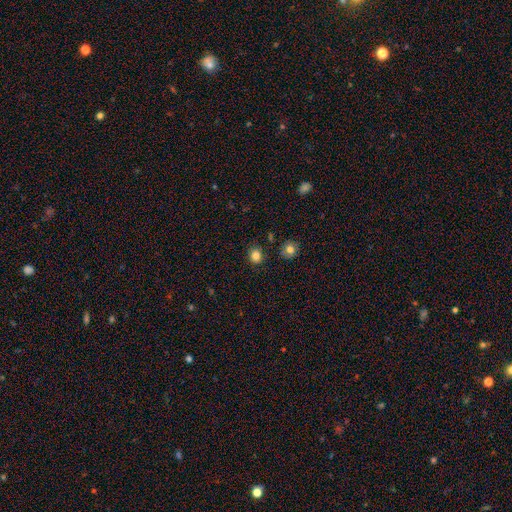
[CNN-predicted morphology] smooth_or_featured: smooth (p=0.83) [alt: star or artifact p=0.11]
how_rounded: round (p=0.72) [alt: in between p=0.27]
merging: none (p=0.84) [alt: minor disturbance p=0.11]